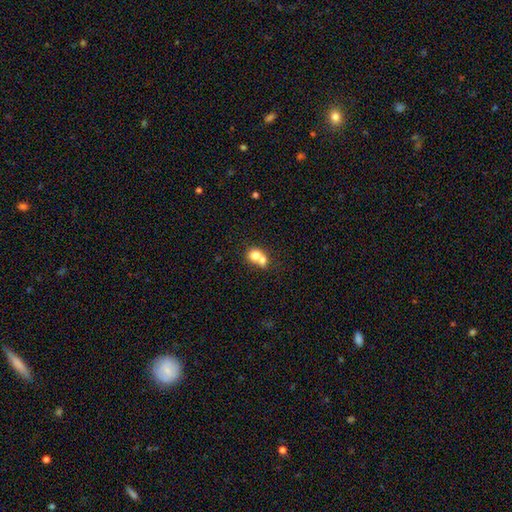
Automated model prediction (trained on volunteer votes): Smooth or featured? smooth (73%)
How rounded? round (73%)
Merging? merger (69%)